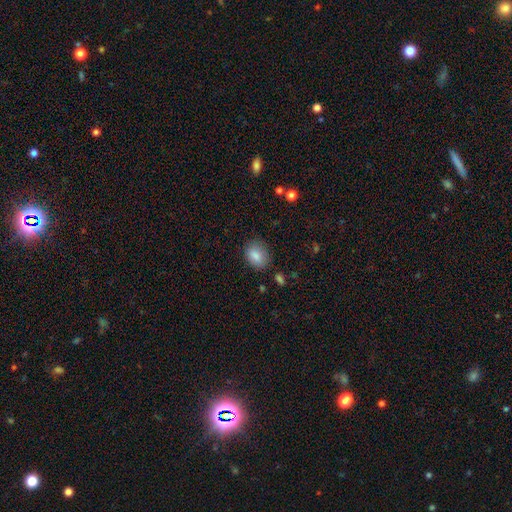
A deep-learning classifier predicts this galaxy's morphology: smooth 86%, star or artifact 8%, featured or disk 6%. Down the decision tree: how rounded — in between (70%); merging — none (79%).